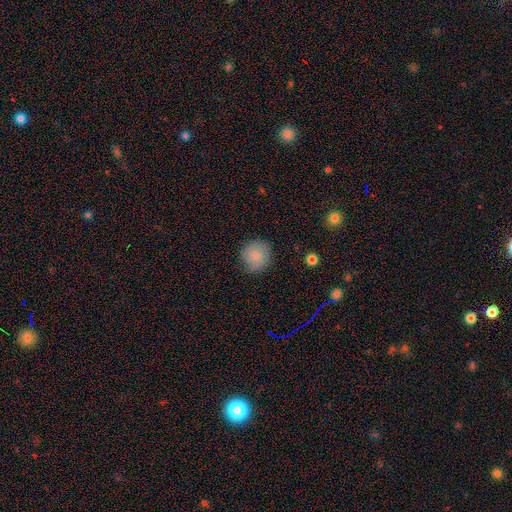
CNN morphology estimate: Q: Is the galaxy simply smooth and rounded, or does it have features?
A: smooth — 82%.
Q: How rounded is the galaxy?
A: round — 90%.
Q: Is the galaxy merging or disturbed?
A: none — 82%.